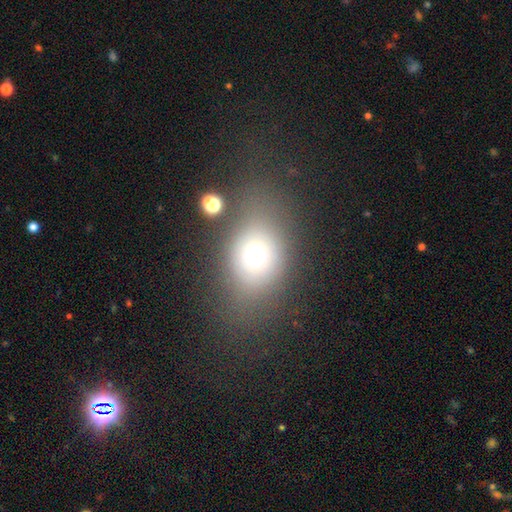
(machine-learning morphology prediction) Overall: smooth (67%). How rounded: in between (52%; round 46%). Merging: none (68%).